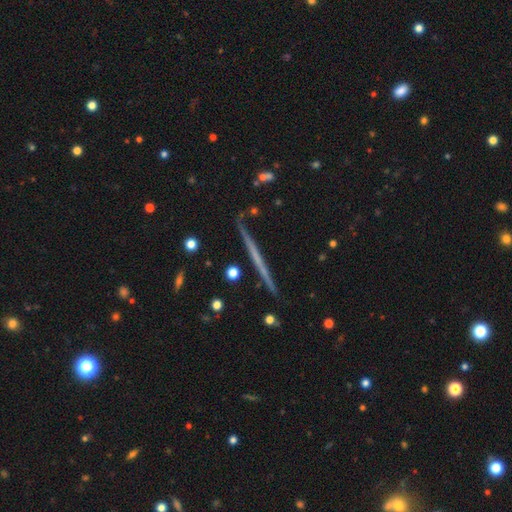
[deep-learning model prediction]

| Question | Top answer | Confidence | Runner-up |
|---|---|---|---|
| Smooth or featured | featured or disk | 64% | smooth (29%) |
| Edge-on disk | yes | 98% | no (2%) |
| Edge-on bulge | none | 86% | rounded (10%) |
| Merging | none | 89% | minor disturbance (8%) |